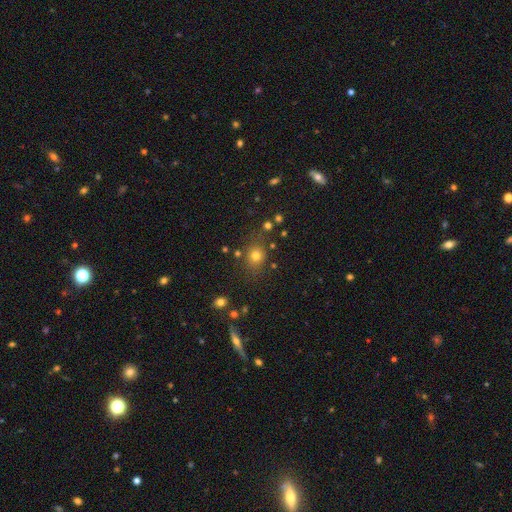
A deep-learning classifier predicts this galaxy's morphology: smooth 73%, star or artifact 18%, featured or disk 9%. Down the decision tree: how rounded — round (72%); merging — none (77%).